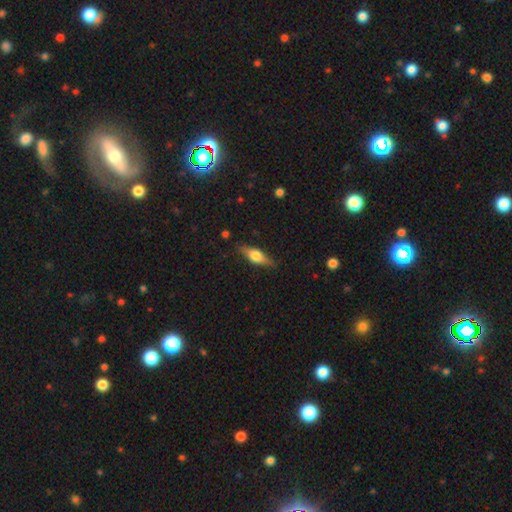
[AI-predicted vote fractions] Smooth or featured? featured or disk (50%)
Merging? none (84%)